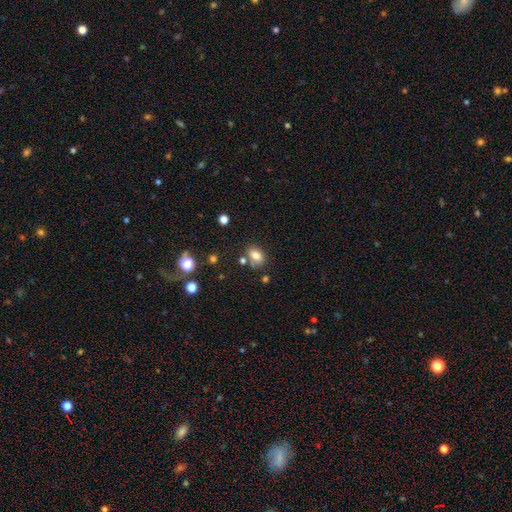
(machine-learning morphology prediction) smooth 78%, star or artifact 12%, featured or disk 10%. Down the decision tree: how rounded — in between (75%); merging — none (63%).